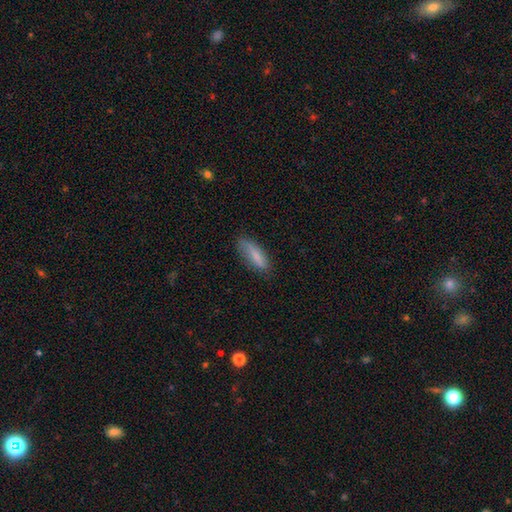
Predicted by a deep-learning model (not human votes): Smooth or featured? smooth (79%)
How rounded? in between (51%)
Merging? none (71%)